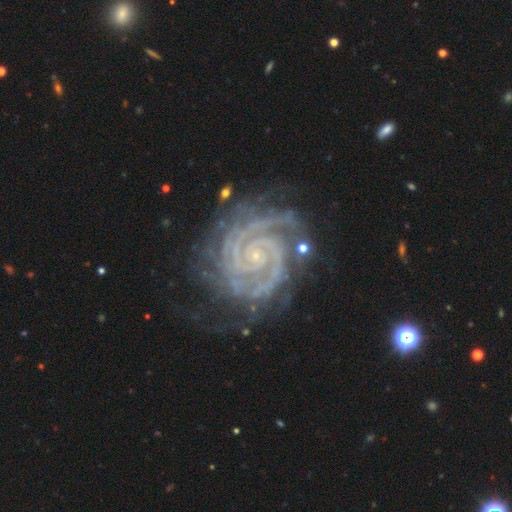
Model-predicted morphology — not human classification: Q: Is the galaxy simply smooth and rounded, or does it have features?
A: featured or disk — 92%.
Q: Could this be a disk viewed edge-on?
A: no — 98%.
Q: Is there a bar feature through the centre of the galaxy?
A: no — 68%.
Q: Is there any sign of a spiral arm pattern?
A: yes — 99%.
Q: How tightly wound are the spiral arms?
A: tight — 83%.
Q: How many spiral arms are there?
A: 2 — 53%.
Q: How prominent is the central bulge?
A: small — 85%.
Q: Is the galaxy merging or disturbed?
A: none — 70%.